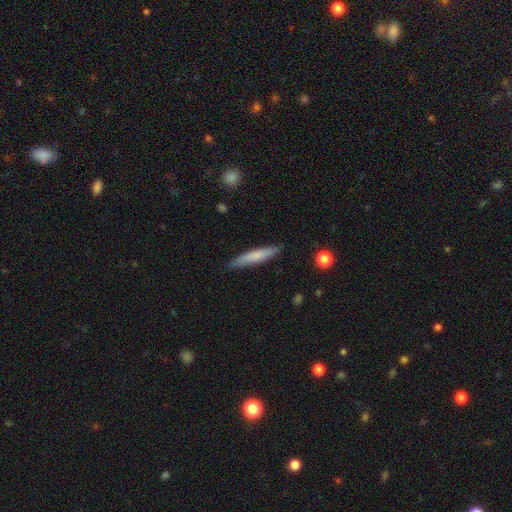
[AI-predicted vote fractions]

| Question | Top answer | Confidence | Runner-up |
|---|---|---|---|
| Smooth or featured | smooth | 70% | featured or disk (24%) |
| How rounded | cigar-shaped | 92% | in between (7%) |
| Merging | none | 86% | minor disturbance (11%) |